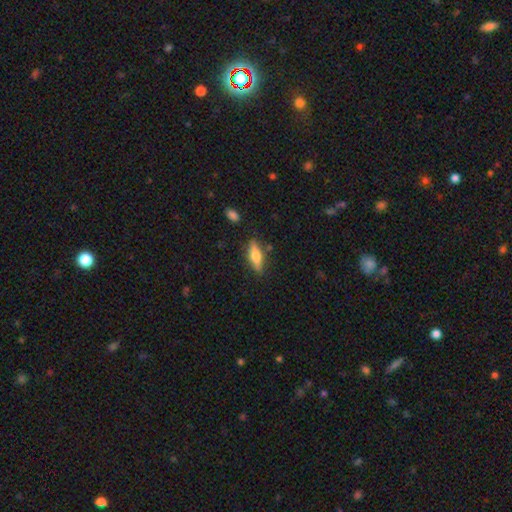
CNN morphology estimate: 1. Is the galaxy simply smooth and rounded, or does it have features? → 48% smooth, 46% featured or disk, 7% star or artifact.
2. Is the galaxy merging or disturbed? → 84% none, 11% minor disturbance, 3% merger, 3% major disturbance.